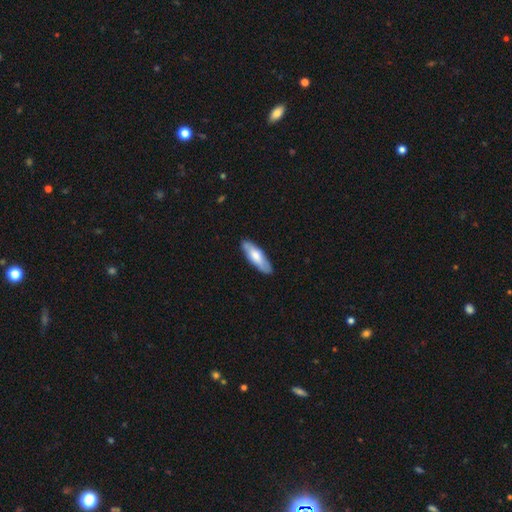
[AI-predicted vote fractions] smooth-or-featured: smooth: 66% | featured or disk: 29% | star or artifact: 5%
  how-rounded: in between: 51% | cigar-shaped: 48% | round: 2%
  merging: none: 86% | minor disturbance: 11% | major disturbance: 2% | merger: 1%